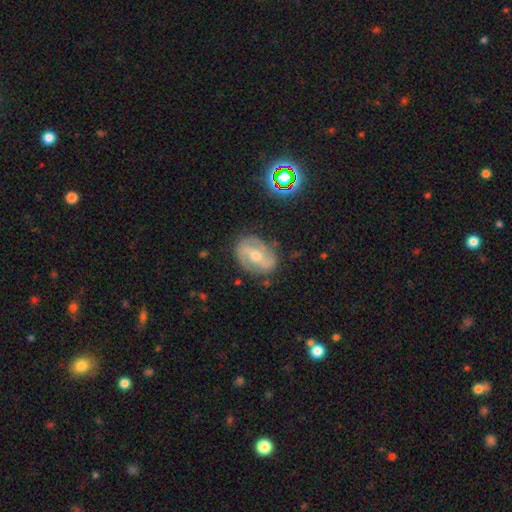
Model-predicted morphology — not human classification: Smooth or featured: featured or disk — 74% (smooth — 17%)
Edge-on disk: no — 96% (yes — 4%)
Bar: weak — 40% (strong — 33%)
Spiral arms: yes — 86% (no — 14%)
Spiral winding: medium — 44% (tight — 33%)
Spiral arm count: 2 — 81% (can't tell — 11%)
Bulge size: moderate — 61% (small — 34%)
Merging: none — 77% (minor disturbance — 16%)